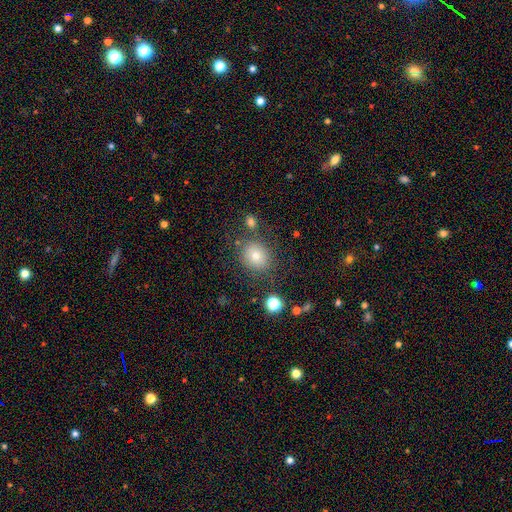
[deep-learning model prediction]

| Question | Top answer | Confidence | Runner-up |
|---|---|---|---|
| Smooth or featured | smooth | 76% | star or artifact (14%) |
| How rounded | round | 76% | in between (23%) |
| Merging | none | 80% | minor disturbance (10%) |